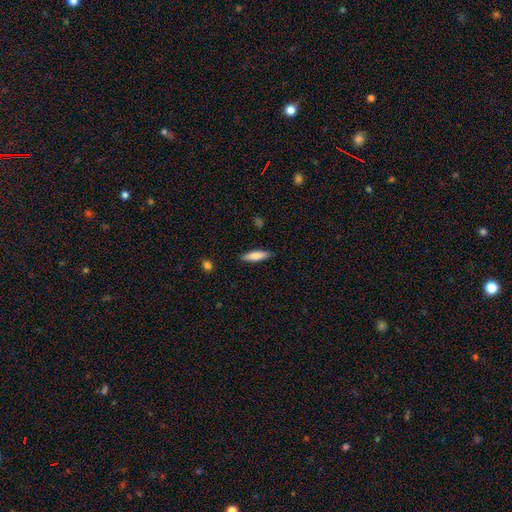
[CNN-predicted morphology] This is clearly a smooth galaxy (81%). How rounded: likely cigar-shaped (62%). Merging: clearly none (87%).